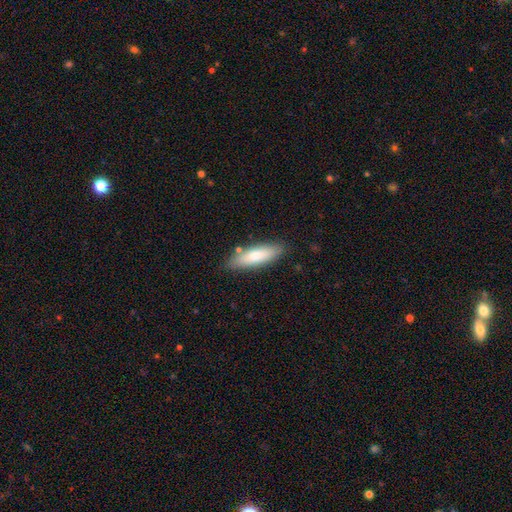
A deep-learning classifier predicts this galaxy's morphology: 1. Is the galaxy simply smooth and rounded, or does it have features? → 73% smooth, 21% featured or disk, 6% star or artifact.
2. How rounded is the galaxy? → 56% cigar-shaped, 43% in between, 2% round.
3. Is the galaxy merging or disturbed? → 83% none, 11% minor disturbance, 3% merger, 2% major disturbance.